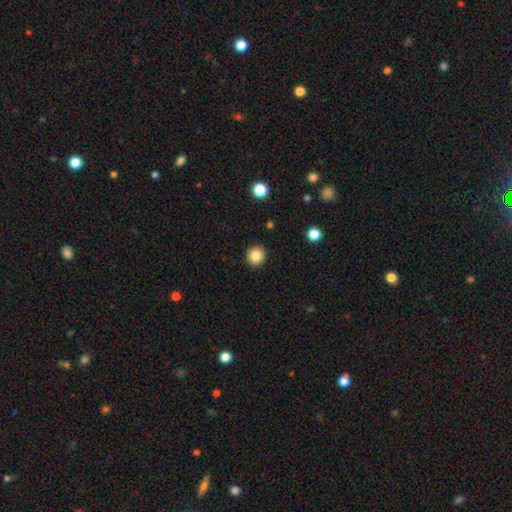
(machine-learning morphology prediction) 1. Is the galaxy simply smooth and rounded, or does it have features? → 84% smooth, 10% star or artifact, 6% featured or disk.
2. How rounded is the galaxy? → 92% round, 7% in between, 1% cigar-shaped.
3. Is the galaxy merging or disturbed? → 92% none, 5% minor disturbance, 2% major disturbance, 1% merger.